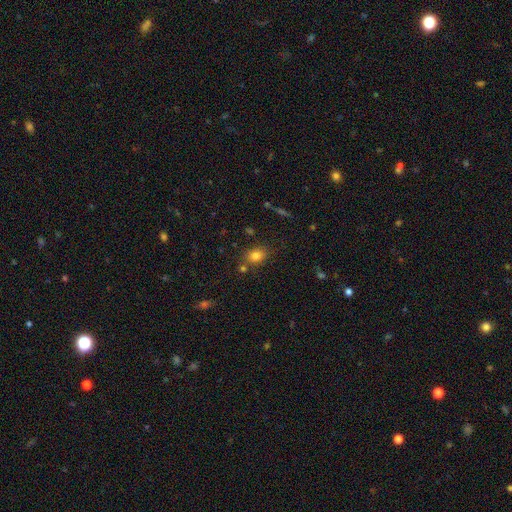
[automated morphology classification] Smooth or featured?
  - smooth: 79% *
  - star or artifact: 12%
  - featured or disk: 9%
How rounded?
  - in between: 61% *
  - round: 38%
  - cigar-shaped: 1%
Merging?
  - none: 74% *
  - minor disturbance: 13%
  - merger: 9%
  - major disturbance: 4%